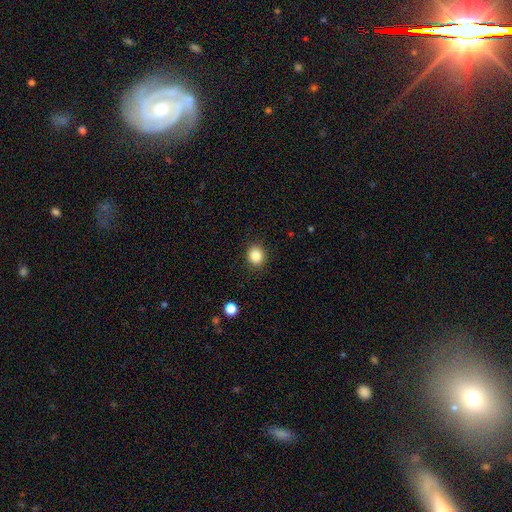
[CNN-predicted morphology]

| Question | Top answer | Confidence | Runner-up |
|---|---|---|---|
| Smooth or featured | smooth | 86% | star or artifact (10%) |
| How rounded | round | 75% | in between (25%) |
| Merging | none | 89% | minor disturbance (7%) |